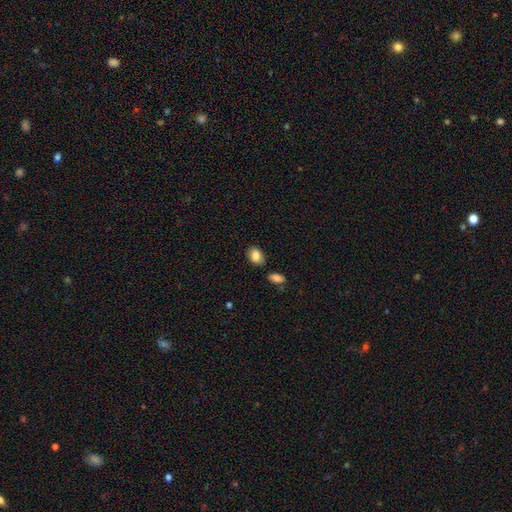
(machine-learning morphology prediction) A smooth galaxy with no disk features (85%) that is in between round and cigar-shaped (79%).

Vote fractions:
- Smooth or featured? smooth: 85% / star or artifact: 8% / featured or disk: 7%
- How rounded? in between: 79% / round: 19% / cigar-shaped: 1%
- Merging? none: 79% / minor disturbance: 13% / merger: 5% / major disturbance: 3%